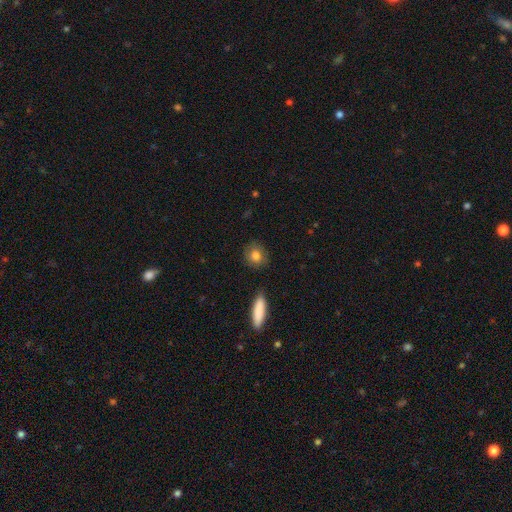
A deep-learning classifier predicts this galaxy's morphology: Smooth or featured? smooth (82%)
How rounded? round (74%)
Merging? none (85%)